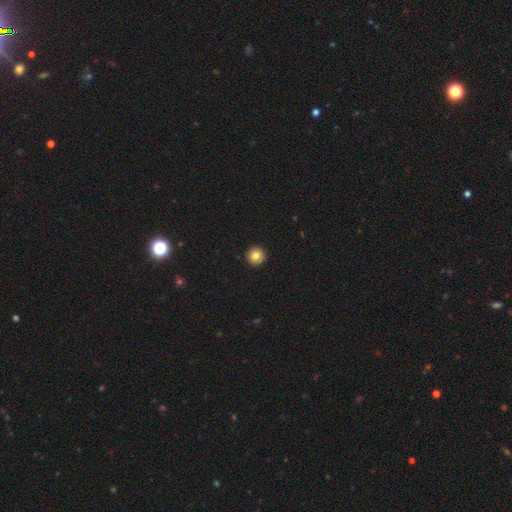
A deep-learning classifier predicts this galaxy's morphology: Smooth or featured: smooth — 82% (star or artifact — 9%)
How rounded: round — 96% (in between — 3%)
Merging: none — 94% (minor disturbance — 4%)